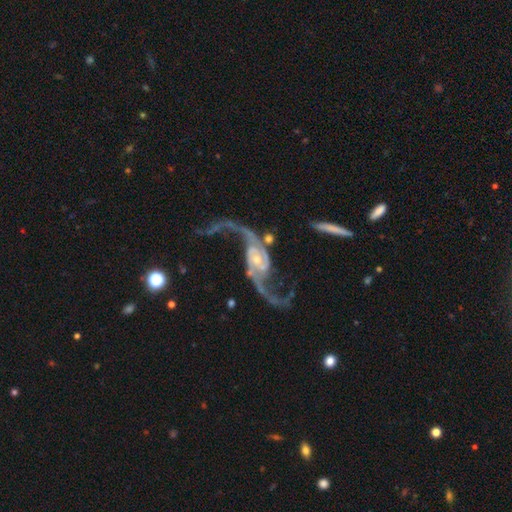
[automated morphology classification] Q: Smooth or featured?
A: featured or disk (92%); runner-up: star or artifact (5%)
Q: Edge-on disk?
A: no (95%); runner-up: yes (5%)
Q: Bar?
A: no (50%); runner-up: weak (34%)
Q: Spiral arms?
A: yes (97%); runner-up: no (3%)
Q: Spiral winding?
A: loose (84%); runner-up: medium (13%)
Q: Spiral arm count?
A: 2 (94%); runner-up: 1 (2%)
Q: Bulge size?
A: small (67%); runner-up: moderate (23%)
Q: Merging?
A: none (63%); runner-up: major disturbance (15%)